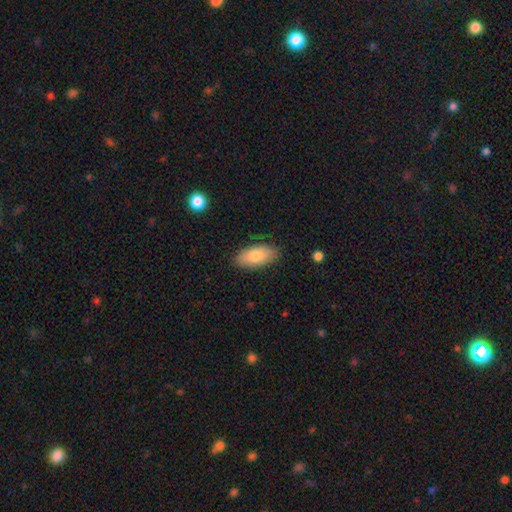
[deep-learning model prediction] A smooth galaxy with no disk features (81%) that is in between round and cigar-shaped (91%).

Vote fractions:
- Smooth or featured? smooth: 81% / featured or disk: 12% / star or artifact: 6%
- How rounded? in between: 91% / cigar-shaped: 7% / round: 3%
- Merging? none: 84% / minor disturbance: 12% / major disturbance: 3% / merger: 1%